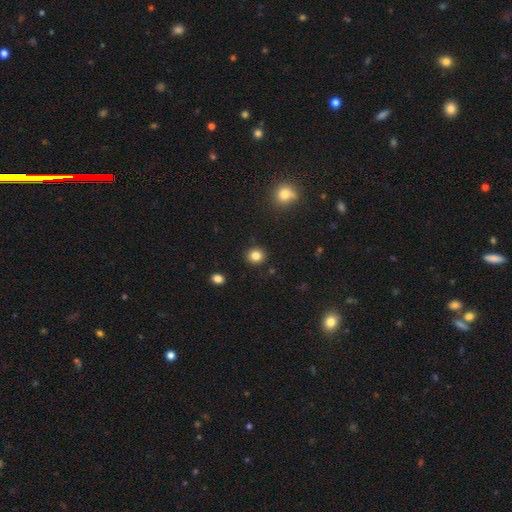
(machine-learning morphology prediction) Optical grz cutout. It shows a smooth galaxy with no disk features (83%) that is round (85%). Merging: none (91%).